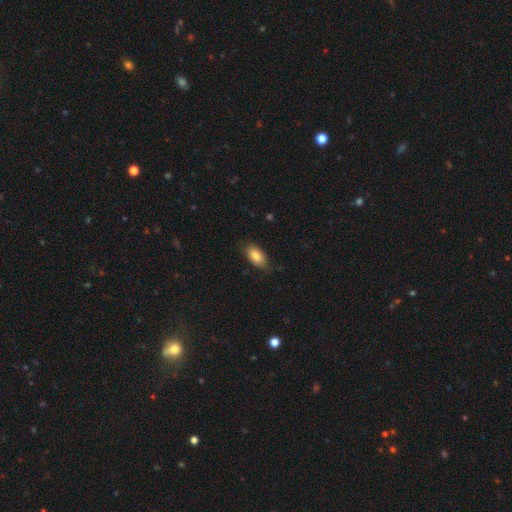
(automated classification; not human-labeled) This is clearly a smooth galaxy (85%). How rounded: clearly in between (92%). Merging: likely none (78%).